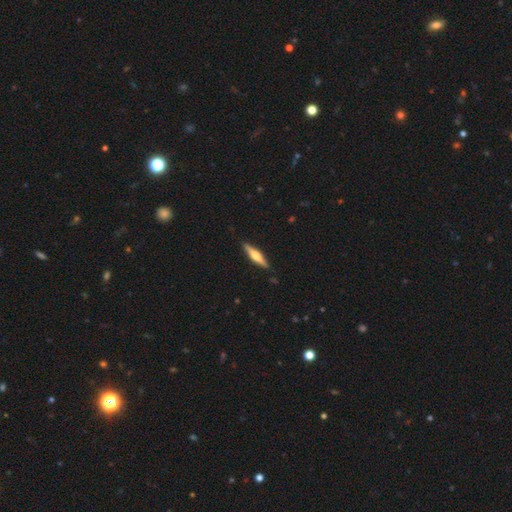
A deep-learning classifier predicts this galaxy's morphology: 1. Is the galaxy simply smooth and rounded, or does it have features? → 59% featured or disk, 36% smooth, 5% star or artifact.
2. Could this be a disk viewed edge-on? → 97% yes, 3% no.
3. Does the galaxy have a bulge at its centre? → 87% rounded, 9% boxy, 4% none.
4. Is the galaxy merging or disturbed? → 90% none, 8% minor disturbance, 2% major disturbance, 1% merger.